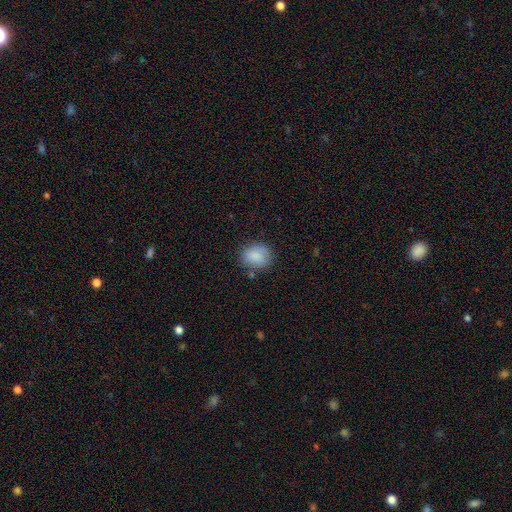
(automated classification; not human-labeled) smooth_or_featured: smooth (p=0.86) [alt: star or artifact p=0.08]
how_rounded: round (p=0.69) [alt: in between p=0.30]
merging: none (p=0.76) [alt: minor disturbance p=0.17]